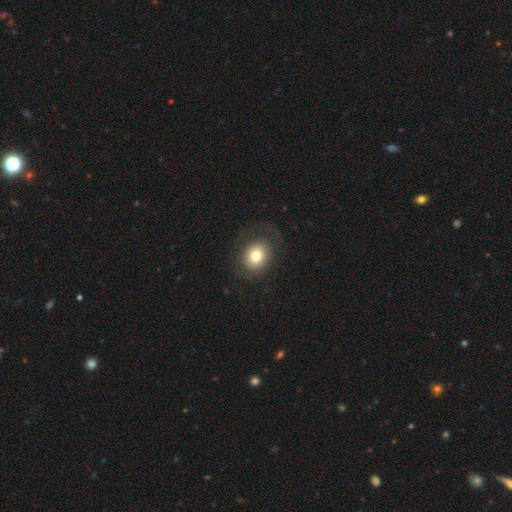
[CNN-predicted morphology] smooth-or-featured: smooth: 77% | featured or disk: 13% | star or artifact: 10%
  how-rounded: round: 60% | in between: 39% | cigar-shaped: 1%
  merging: none: 78% | minor disturbance: 13% | major disturbance: 8% | merger: 1%